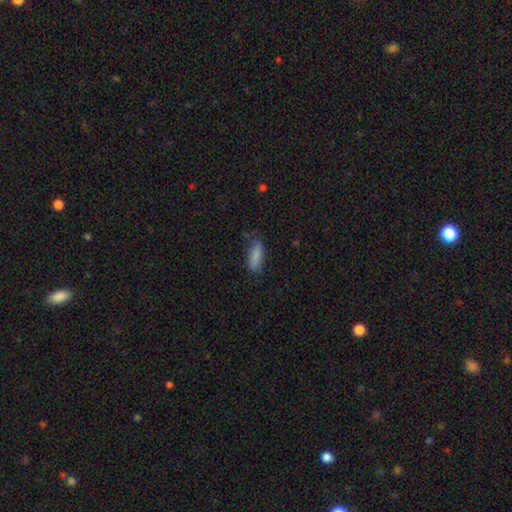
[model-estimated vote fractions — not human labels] Smooth or featured?
  - smooth: 86% *
  - star or artifact: 7%
  - featured or disk: 7%
How rounded?
  - in between: 66% *
  - cigar-shaped: 32%
  - round: 2%
Merging?
  - none: 73% *
  - minor disturbance: 20%
  - major disturbance: 5%
  - merger: 2%